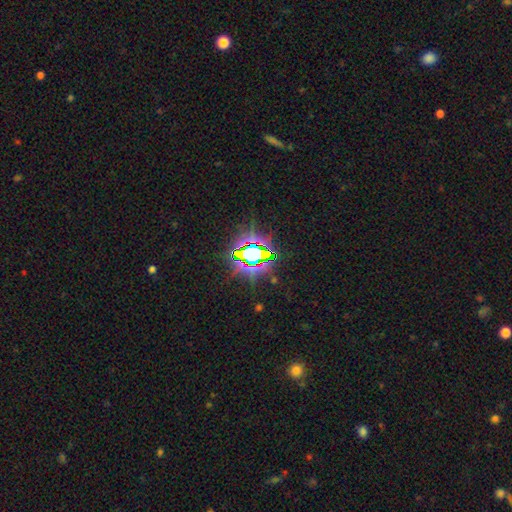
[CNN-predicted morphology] This is clearly a star or artifact rather than a galaxy (80%).